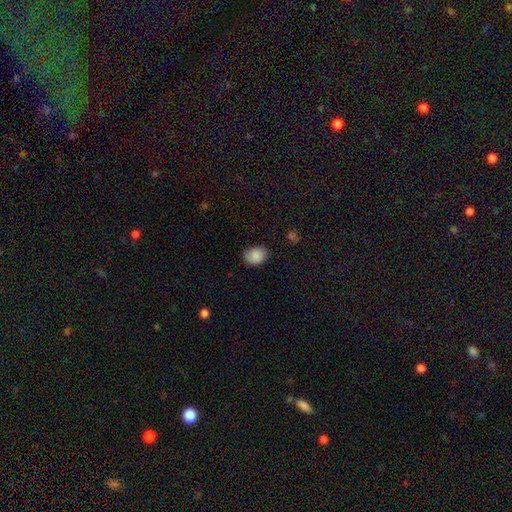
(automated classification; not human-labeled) A smooth galaxy with no disk features (85%) that is in between round and cigar-shaped (53%).

Vote fractions:
- Smooth or featured? smooth: 85% / star or artifact: 8% / featured or disk: 7%
- How rounded? in between: 53% / round: 46% / cigar-shaped: 1%
- Merging? none: 68% / minor disturbance: 26% / major disturbance: 5% / merger: 1%